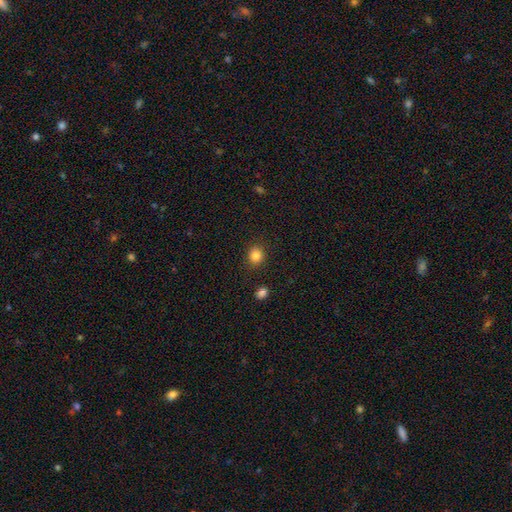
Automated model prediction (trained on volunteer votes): Morphology: type=smooth (85%); roundness=round (79%); merging=none (87%).